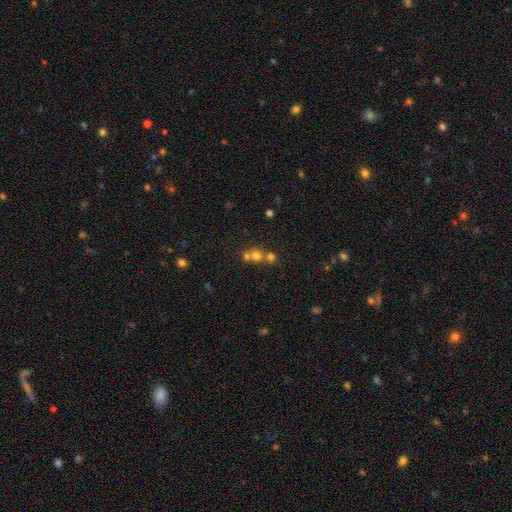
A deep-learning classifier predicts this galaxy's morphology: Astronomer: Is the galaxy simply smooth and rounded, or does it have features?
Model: smooth — 64%.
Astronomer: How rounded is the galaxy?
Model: round — 84%.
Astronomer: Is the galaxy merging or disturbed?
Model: merger — 50% (runner-up: none, 41%).